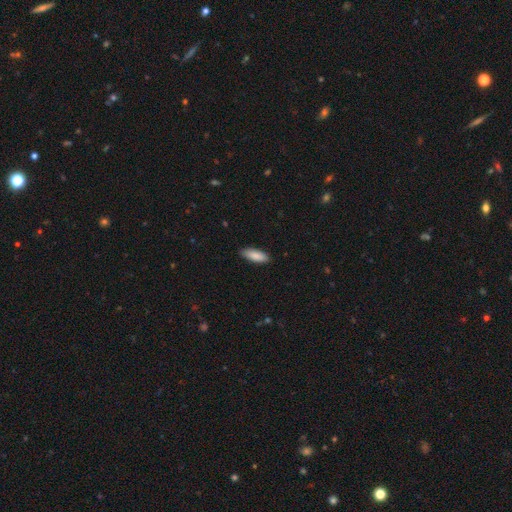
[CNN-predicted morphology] Smooth or featured? smooth (88%)
How rounded? in between (64%)
Merging? none (88%)